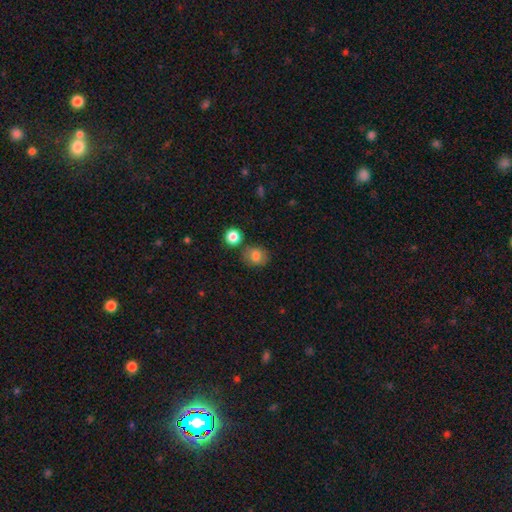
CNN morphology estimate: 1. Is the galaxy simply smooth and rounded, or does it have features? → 79% smooth, 10% featured or disk, 10% star or artifact.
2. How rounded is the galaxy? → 64% round, 35% in between, 1% cigar-shaped.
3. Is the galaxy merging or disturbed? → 76% none, 13% minor disturbance, 8% merger, 4% major disturbance.